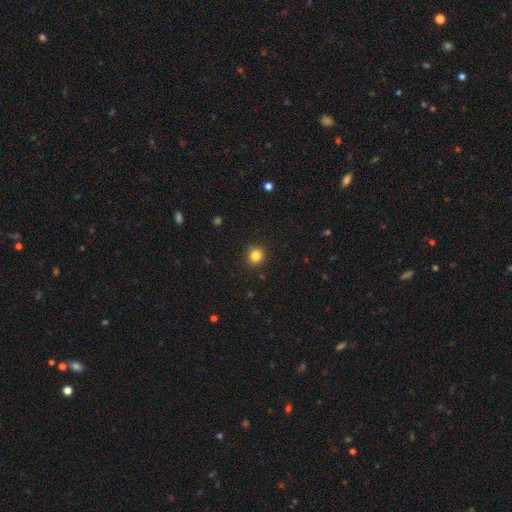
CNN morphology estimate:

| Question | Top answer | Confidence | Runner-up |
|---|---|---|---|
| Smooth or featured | smooth | 83% | star or artifact (12%) |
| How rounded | round | 88% | in between (11%) |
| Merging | none | 90% | minor disturbance (7%) |